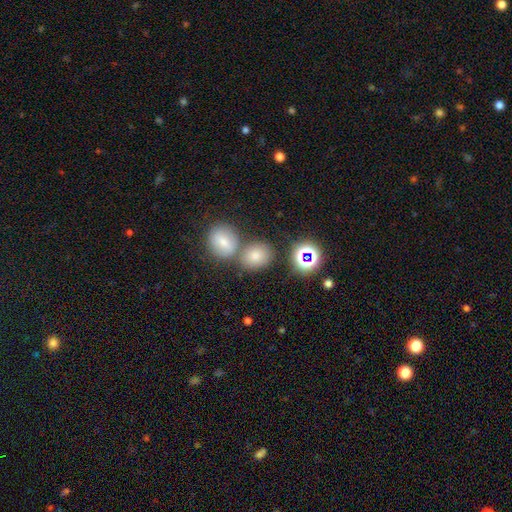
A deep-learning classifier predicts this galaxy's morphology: smooth 77%, star or artifact 14%, featured or disk 9%. Down the decision tree: how rounded — round (60%); merging — none (59%).